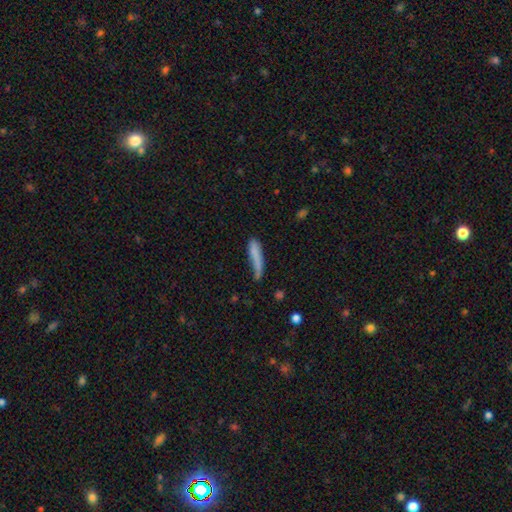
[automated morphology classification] A smooth galaxy with no disk features (75%) that is cigar-shaped (83%). Merging: none (44%).